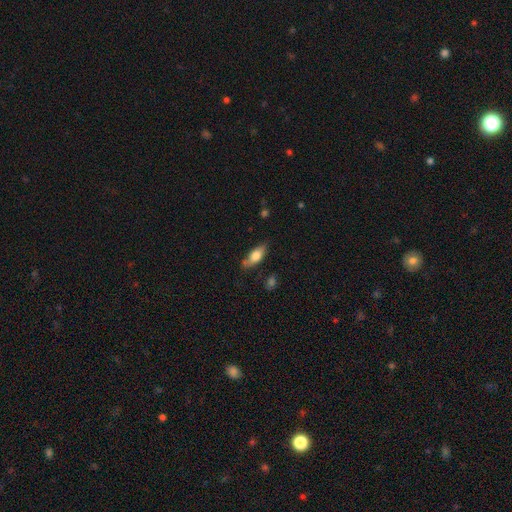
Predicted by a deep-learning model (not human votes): This is likely a smooth galaxy (69%). How rounded: likely in between (70%). Merging: likely none (69%).